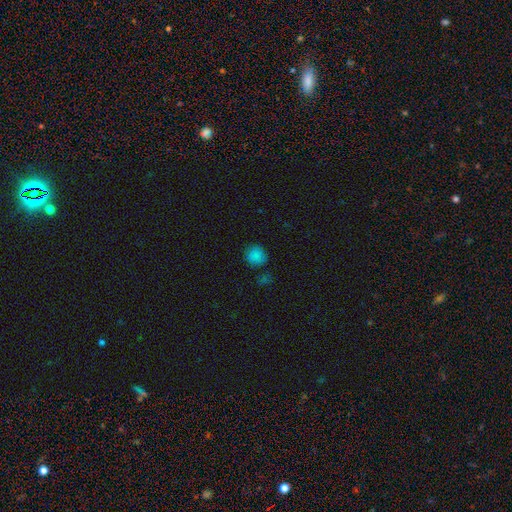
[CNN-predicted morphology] smooth-or-featured: smooth: 83% | star or artifact: 13% | featured or disk: 4%
  how-rounded: round: 87% | in between: 12% | cigar-shaped: 1%
  merging: none: 79% | minor disturbance: 12% | merger: 6% | major disturbance: 3%